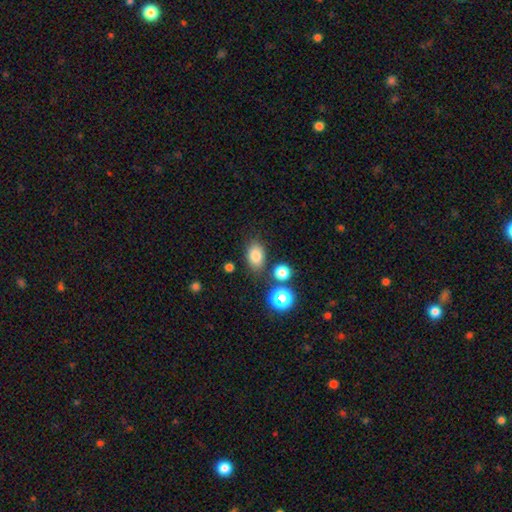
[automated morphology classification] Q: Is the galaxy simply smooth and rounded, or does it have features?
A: smooth — 81%.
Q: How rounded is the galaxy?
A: in between — 79%.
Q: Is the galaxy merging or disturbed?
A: none — 76%.